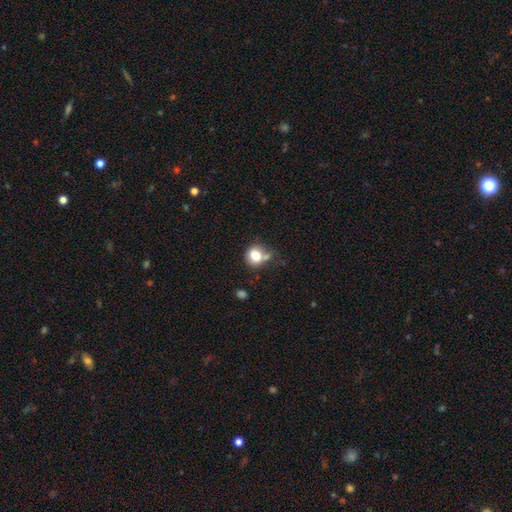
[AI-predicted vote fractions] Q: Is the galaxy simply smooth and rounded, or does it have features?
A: smooth — 79%.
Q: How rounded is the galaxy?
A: round — 69%.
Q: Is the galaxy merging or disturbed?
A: none — 46%.